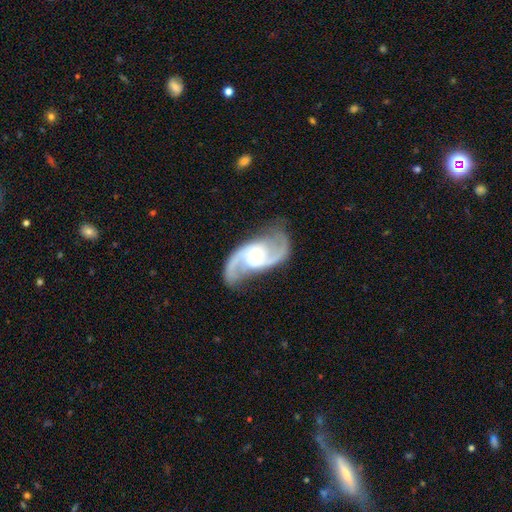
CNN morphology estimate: smooth-or-featured: featured or disk: 92% | star or artifact: 4% | smooth: 4%
  disk-edge-on: no: 97% | yes: 3%
    bar: no: 54% | weak: 34% | strong: 12%
    has-spiral-arms: yes: 98% | no: 2%
      spiral-winding: medium: 52% | loose: 35% | tight: 13%
      spiral-arm-count: 2: 94% | can't tell: 2% | 3: 1% | 1: 1% | 4: 1% | more than 4: 1%
    bulge-size: small: 63% | moderate: 29% | none: 4% | large: 3% | dominant: 1%
  merging: none: 76% | minor disturbance: 15% | major disturbance: 7% | merger: 2%